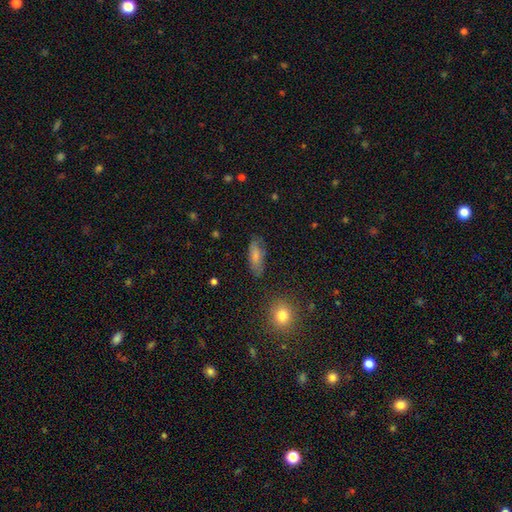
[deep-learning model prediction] A smooth galaxy with no disk features (75%) that is in between round and cigar-shaped (73%).

Vote fractions:
- Smooth or featured? smooth: 75% / featured or disk: 16% / star or artifact: 8%
- How rounded? in between: 73% / cigar-shaped: 24% / round: 3%
- Merging? none: 75% / minor disturbance: 18% / major disturbance: 5% / merger: 2%